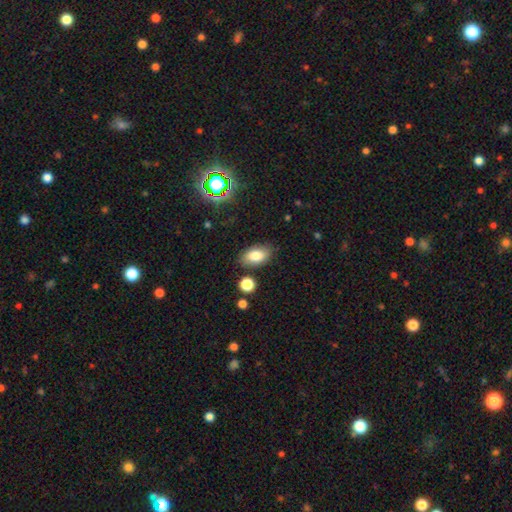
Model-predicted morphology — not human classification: type=smooth (80%); roundness=in between (91%); merging=none (81%).